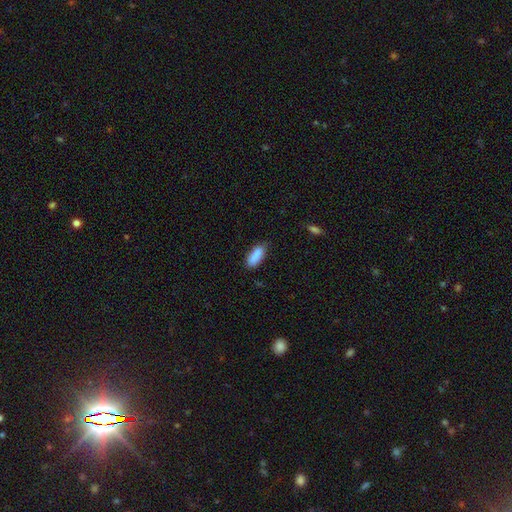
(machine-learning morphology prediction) Smooth or featured?
  - smooth: 88% *
  - star or artifact: 7%
  - featured or disk: 5%
How rounded?
  - in between: 69% *
  - cigar-shaped: 30%
  - round: 2%
Merging?
  - none: 73% *
  - minor disturbance: 21%
  - major disturbance: 4%
  - merger: 2%